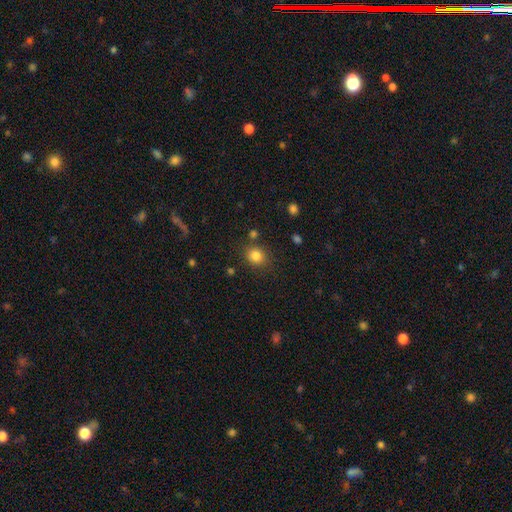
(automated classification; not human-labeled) smooth-or-featured: smooth: 83% | star or artifact: 11% | featured or disk: 6%
  how-rounded: round: 73% | in between: 26% | cigar-shaped: 1%
  merging: none: 80% | minor disturbance: 11% | merger: 5% | major disturbance: 4%